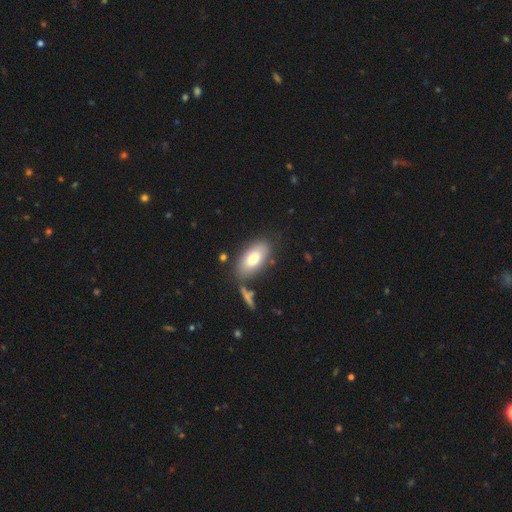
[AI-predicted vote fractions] smooth_or_featured: smooth (p=0.75) [alt: featured or disk p=0.18]
how_rounded: in between (p=0.92) [alt: cigar-shaped p=0.05]
merging: none (p=0.77) [alt: minor disturbance p=0.13]